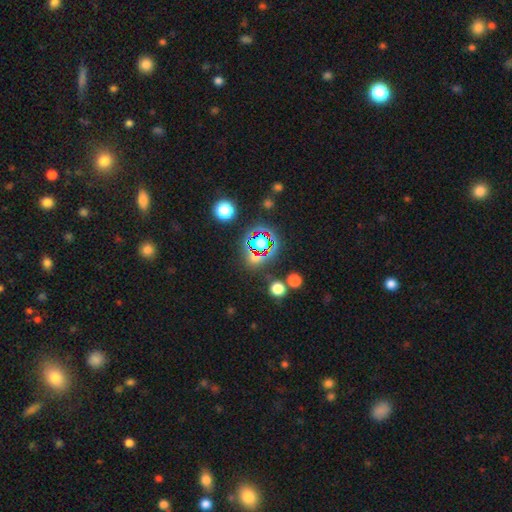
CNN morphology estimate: smooth_or_featured: star or artifact (p=0.70) [alt: smooth p=0.21]